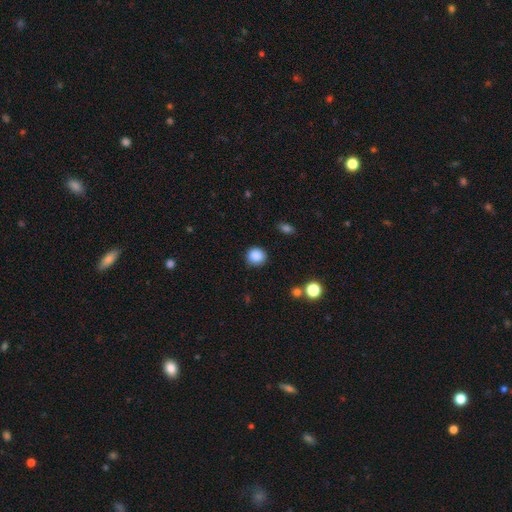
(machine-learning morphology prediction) smooth-or-featured: smooth: 87% | star or artifact: 10% | featured or disk: 4%
  how-rounded: round: 89% | in between: 10% | cigar-shaped: 1%
  merging: none: 88% | minor disturbance: 8% | major disturbance: 2% | merger: 2%